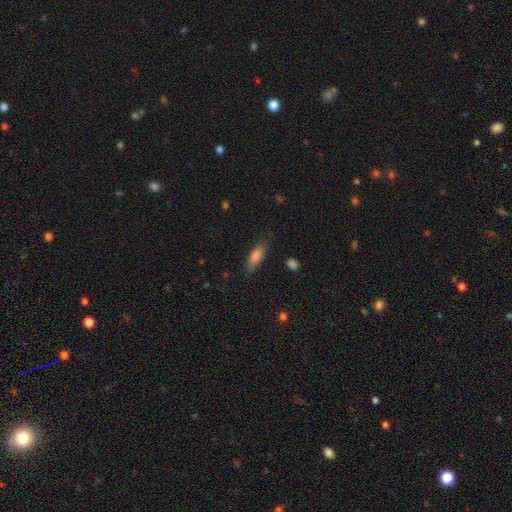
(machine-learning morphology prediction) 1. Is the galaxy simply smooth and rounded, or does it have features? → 78% smooth, 15% featured or disk, 7% star or artifact.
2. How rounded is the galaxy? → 58% in between, 40% cigar-shaped, 2% round.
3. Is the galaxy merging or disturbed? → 74% none, 19% minor disturbance, 5% major disturbance, 2% merger.